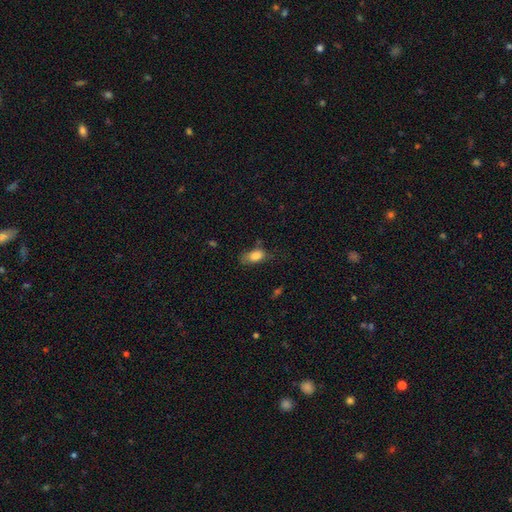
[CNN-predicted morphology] smooth-or-featured: smooth: 82% | featured or disk: 10% | star or artifact: 8%
  how-rounded: in between: 86% | round: 9% | cigar-shaped: 6%
  merging: none: 55% | minor disturbance: 31% | major disturbance: 11% | merger: 3%